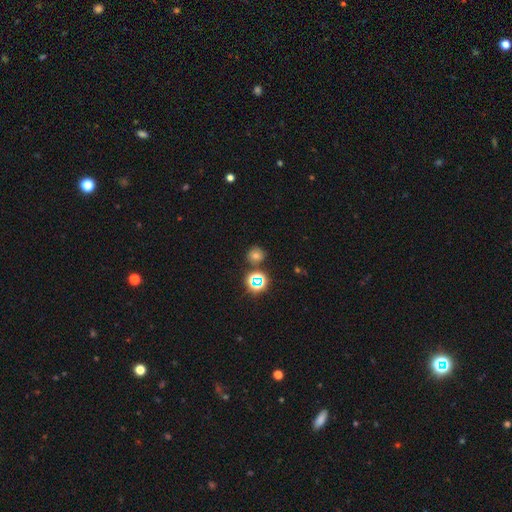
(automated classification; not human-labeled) Smooth or featured? Predicted: smooth (p=0.56). How rounded? Predicted: round (p=0.88). Merging? Predicted: none (p=0.80).